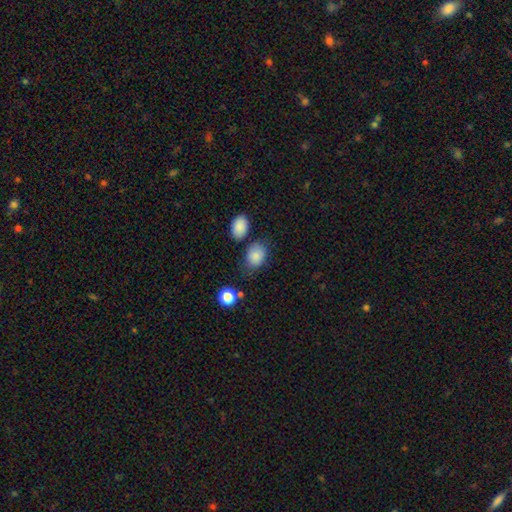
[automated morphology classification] The model was most divided on "how rounded": in between: 67%, round: 32%, cigar-shaped: 1%. More confident: smooth or featured — smooth (85%); merging — none (66%).